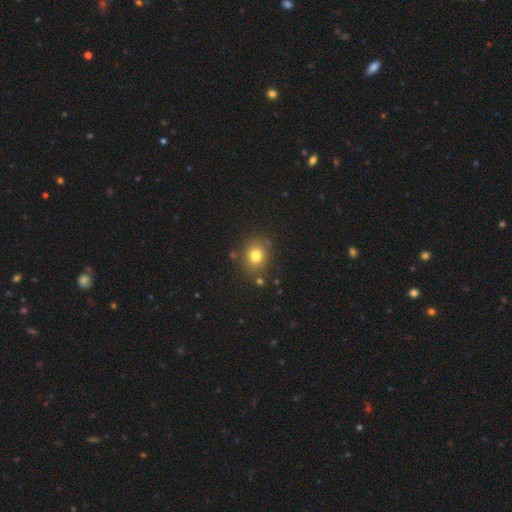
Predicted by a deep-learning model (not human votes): Smooth or featured?
  - smooth: 77% *
  - star or artifact: 13%
  - featured or disk: 9%
How rounded?
  - round: 67% *
  - in between: 32%
  - cigar-shaped: 1%
Merging?
  - none: 81% *
  - minor disturbance: 11%
  - merger: 5%
  - major disturbance: 3%